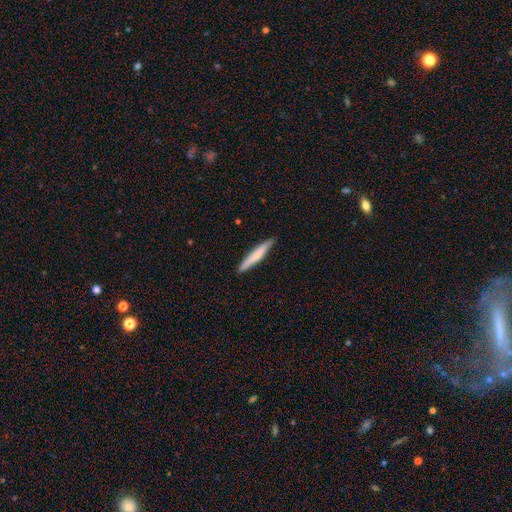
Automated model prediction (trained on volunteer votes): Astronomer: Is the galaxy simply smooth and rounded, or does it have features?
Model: smooth — 63%.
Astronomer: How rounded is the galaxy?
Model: cigar-shaped — 95%.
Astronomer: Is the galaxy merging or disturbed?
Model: none — 90%.